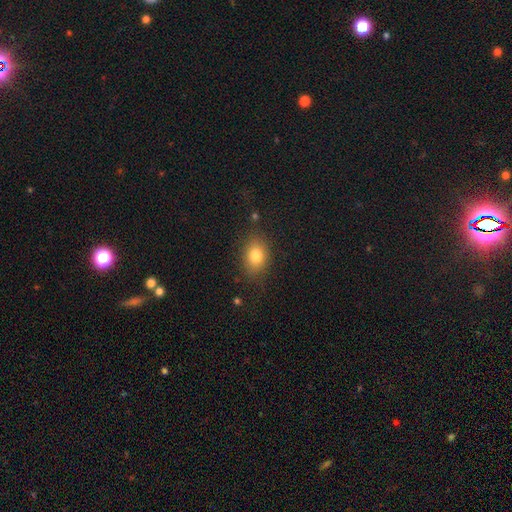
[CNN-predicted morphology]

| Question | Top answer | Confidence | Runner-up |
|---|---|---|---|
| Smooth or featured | smooth | 80% | star or artifact (10%) |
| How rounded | in between | 68% | round (31%) |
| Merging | none | 82% | minor disturbance (12%) |